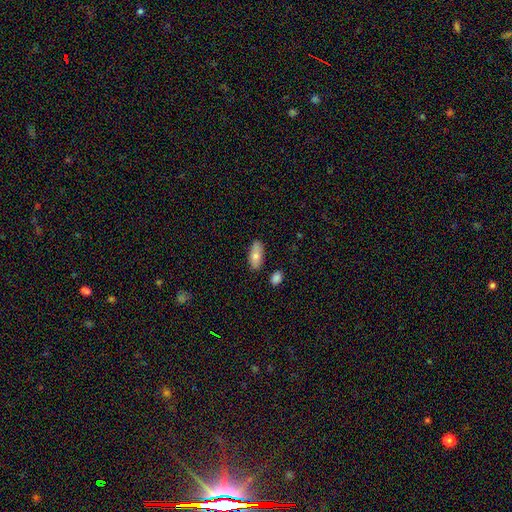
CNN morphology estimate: Smooth or featured? smooth (77%)
How rounded? in between (87%)
Merging? none (80%)